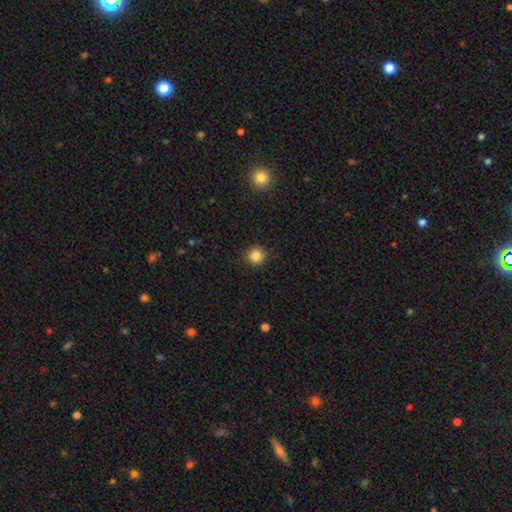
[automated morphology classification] Smooth or featured? smooth (86%)
How rounded? round (93%)
Merging? none (91%)